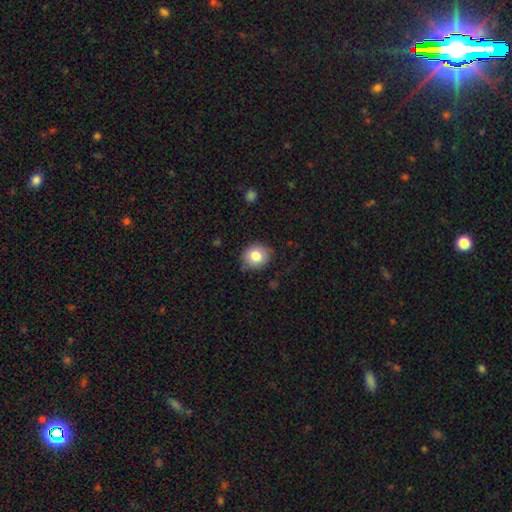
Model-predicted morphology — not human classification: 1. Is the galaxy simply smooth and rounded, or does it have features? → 80% smooth, 10% featured or disk, 9% star or artifact.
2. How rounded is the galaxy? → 76% round, 23% in between, 1% cigar-shaped.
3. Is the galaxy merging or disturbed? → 81% none, 14% minor disturbance, 3% major disturbance, 1% merger.